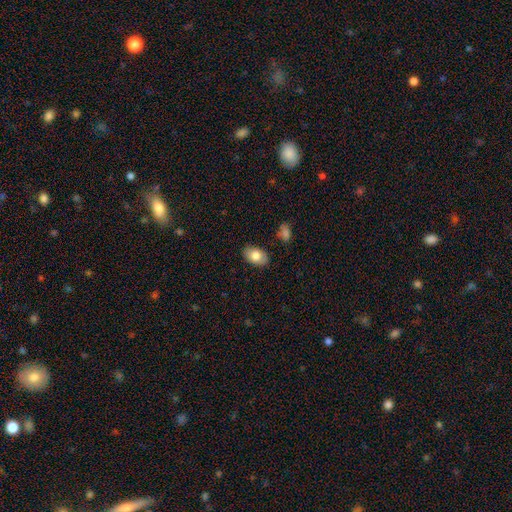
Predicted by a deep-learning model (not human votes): Smooth or featured? Predicted: smooth (p=0.79). How rounded? Predicted: in between (p=0.91). Merging? Predicted: none (p=0.86).